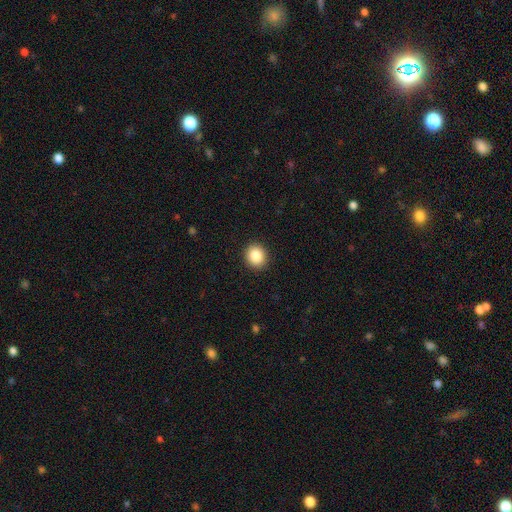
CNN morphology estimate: This appears to be a smooth galaxy with no disk features (86%) that is round (80%). Merging: none (92%).